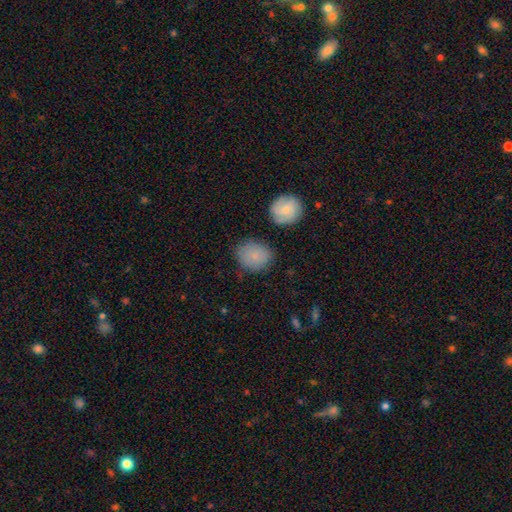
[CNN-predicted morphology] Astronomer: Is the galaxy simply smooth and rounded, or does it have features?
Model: smooth — 84%.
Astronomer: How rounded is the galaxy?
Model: round — 65%.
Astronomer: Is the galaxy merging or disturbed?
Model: none — 77%.